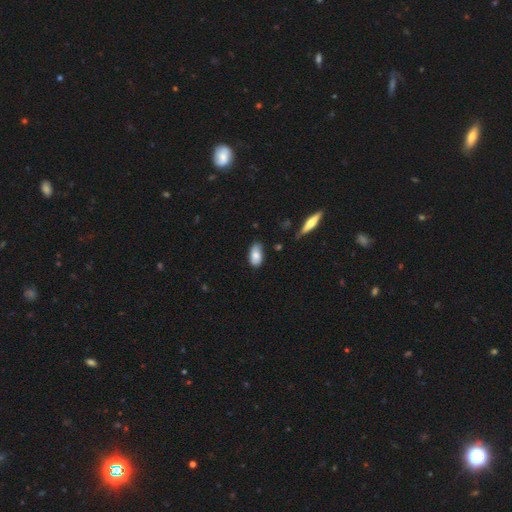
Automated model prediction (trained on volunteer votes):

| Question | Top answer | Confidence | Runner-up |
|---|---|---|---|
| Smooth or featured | smooth | 77% | featured or disk (16%) |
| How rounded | in between | 93% | round (4%) |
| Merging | none | 69% | minor disturbance (25%) |